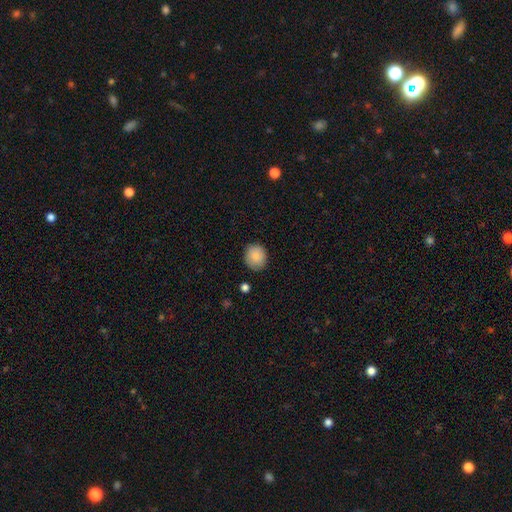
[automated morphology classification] A smooth galaxy with no disk features (86%) that is round (78%).

Vote fractions:
- Smooth or featured? smooth: 86% / star or artifact: 8% / featured or disk: 6%
- How rounded? round: 78% / in between: 21% / cigar-shaped: 1%
- Merging? none: 81% / minor disturbance: 14% / major disturbance: 3% / merger: 2%